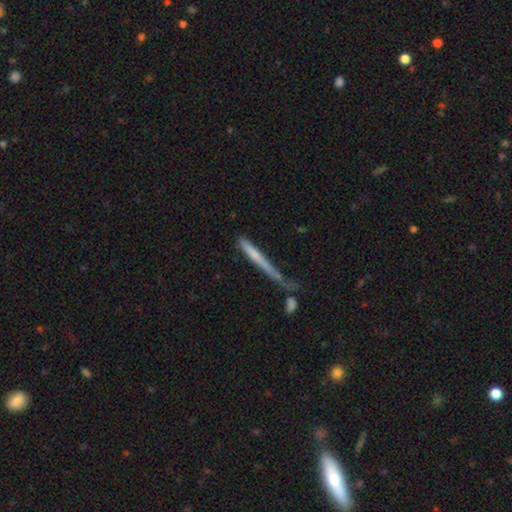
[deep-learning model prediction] A smooth galaxy with no disk features (56%) that is cigar-shaped (95%). Merging: none (43%).